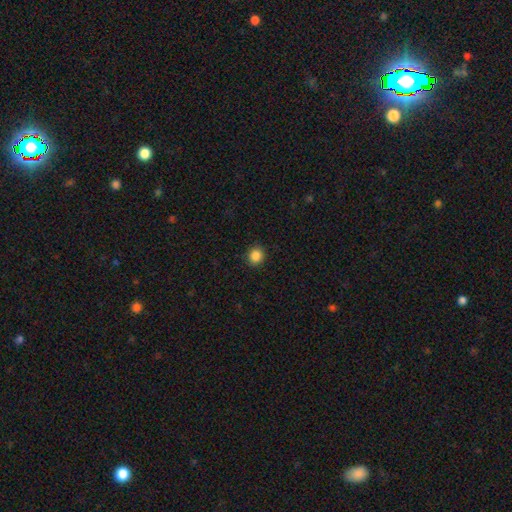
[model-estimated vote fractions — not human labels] A smooth galaxy with no disk features (86%) that is round (87%). Merging: none (91%).